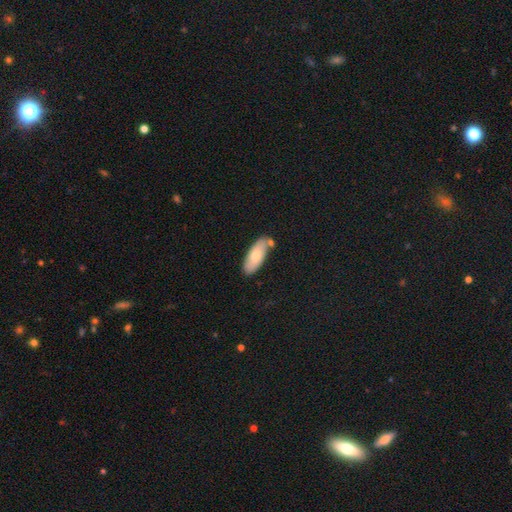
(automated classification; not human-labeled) Smooth or featured: smooth — 74% (featured or disk — 21%)
How rounded: in between — 78% (cigar-shaped — 20%)
Merging: none — 70% (minor disturbance — 15%)